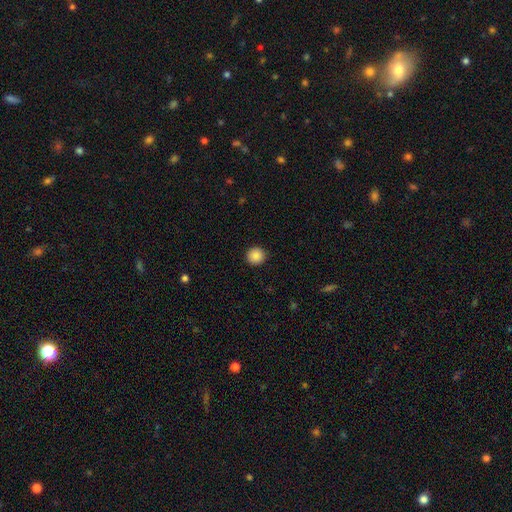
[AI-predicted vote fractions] smooth 88%, star or artifact 9%, featured or disk 3%. Down the decision tree: how rounded — round (94%); merging — none (92%).